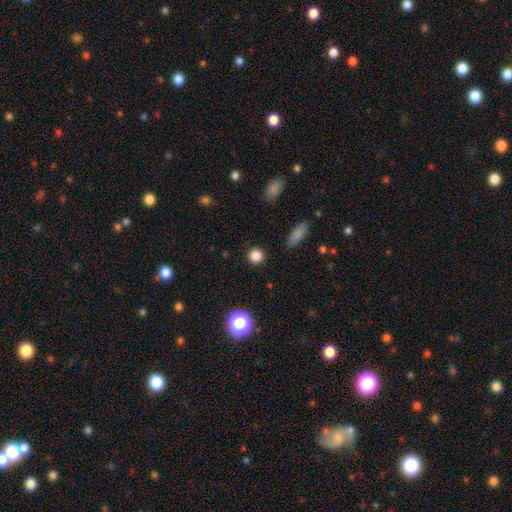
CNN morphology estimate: smooth_or_featured: smooth (p=0.84) [alt: star or artifact p=0.12]
how_rounded: round (p=0.92) [alt: in between p=0.07]
merging: none (p=0.90) [alt: minor disturbance p=0.06]